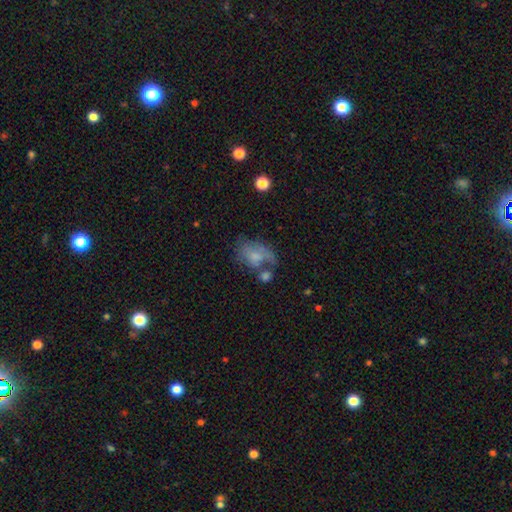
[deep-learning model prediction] smooth-or-featured: smooth: 56% | featured or disk: 34% | star or artifact: 10%
  how-rounded: in between: 77% | round: 21% | cigar-shaped: 2%
  merging: major disturbance: 28% (tied) | none: 28% (tied) | minor disturbance: 23% | merger: 21%